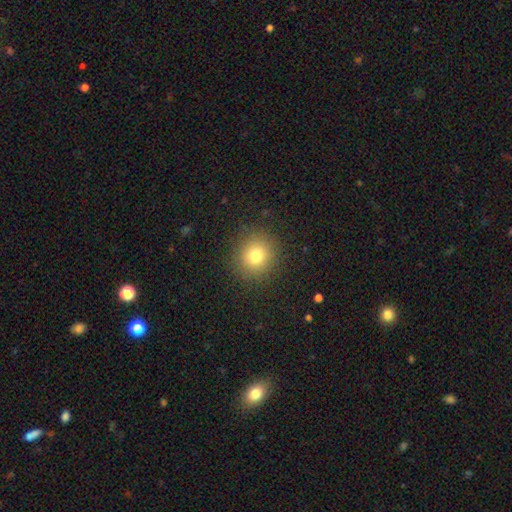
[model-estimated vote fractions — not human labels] Overall: smooth (77%). How rounded: round (88%). Merging: none (90%).